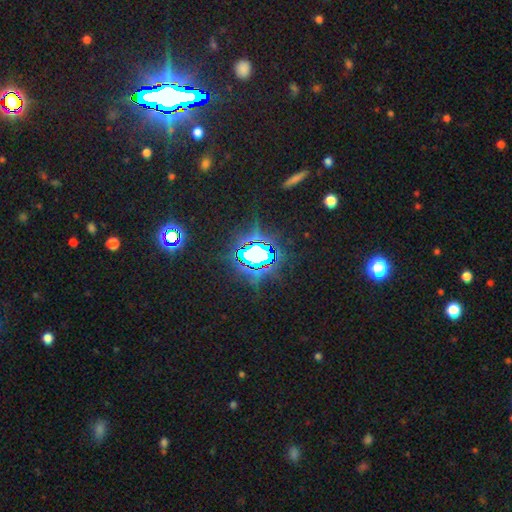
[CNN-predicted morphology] star or artifact 77%, smooth 13%, featured or disk 10%.